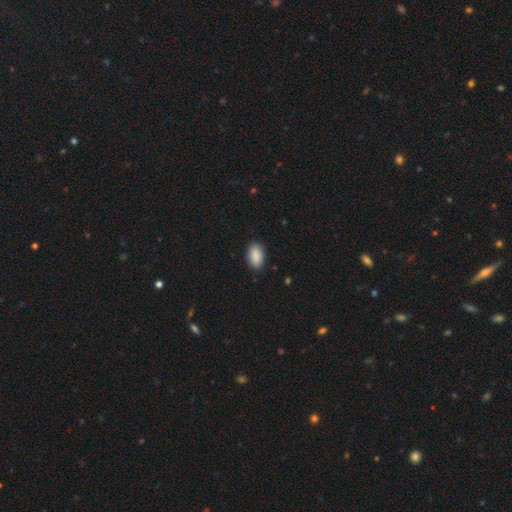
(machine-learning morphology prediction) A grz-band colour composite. It shows a smooth galaxy with no disk features (90%) that is in between round and cigar-shaped (93%). Merging: none (88%).